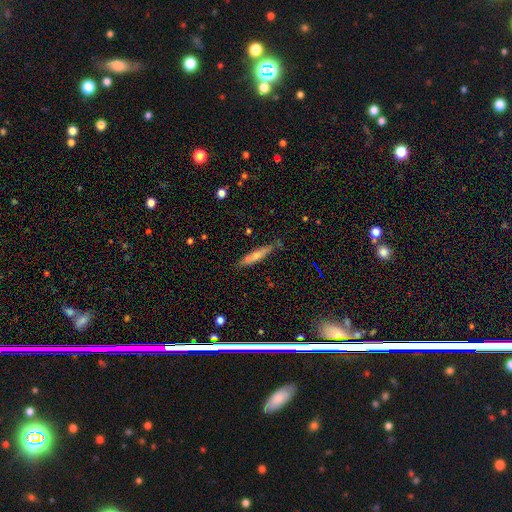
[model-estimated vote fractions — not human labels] A smooth galaxy with no disk features (56%) that is cigar-shaped (84%).

Vote fractions:
- Smooth or featured? smooth: 56% / featured or disk: 38% / star or artifact: 6%
- How rounded? cigar-shaped: 84% / in between: 14% / round: 2%
- Merging? none: 78% / minor disturbance: 16% / merger: 3% / major disturbance: 3%